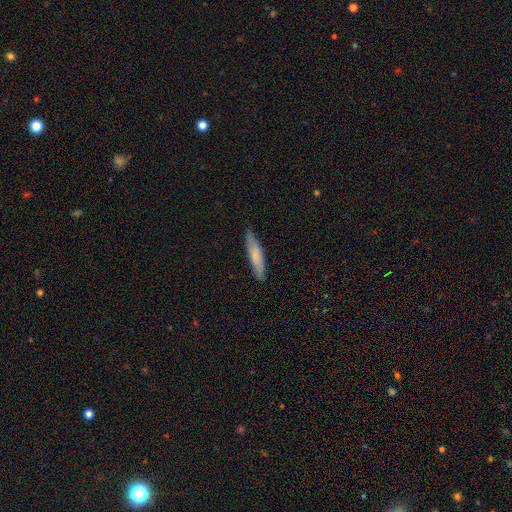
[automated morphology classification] Smooth or featured? smooth (73%)
How rounded? cigar-shaped (86%)
Merging? none (85%)